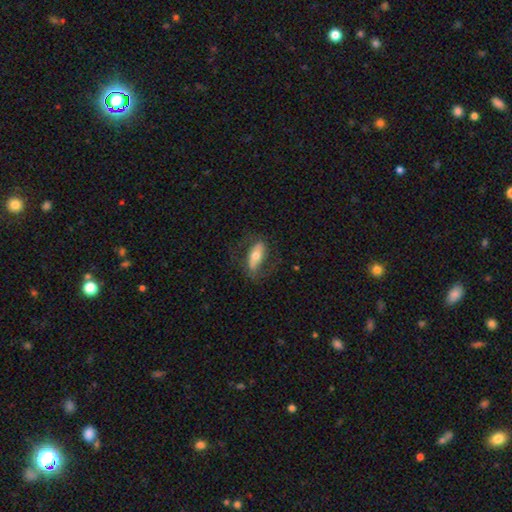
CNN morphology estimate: Smooth or featured: featured or disk — 48% (smooth — 45%)
Merging: none — 69% (minor disturbance — 17%)